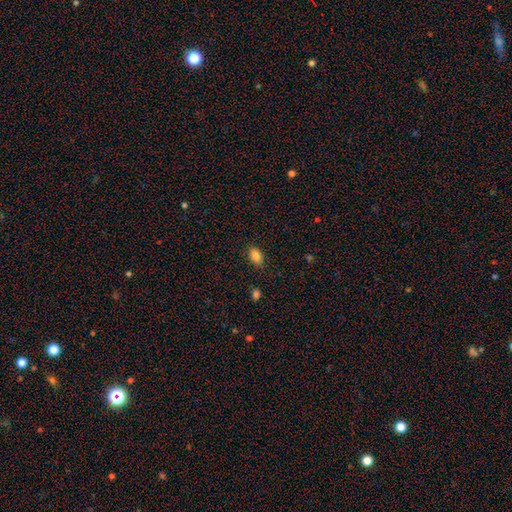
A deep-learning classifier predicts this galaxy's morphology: smooth_or_featured: smooth (p=0.85) [alt: star or artifact p=0.09]
how_rounded: in between (p=0.86) [alt: round p=0.12]
merging: none (p=0.86) [alt: minor disturbance p=0.11]